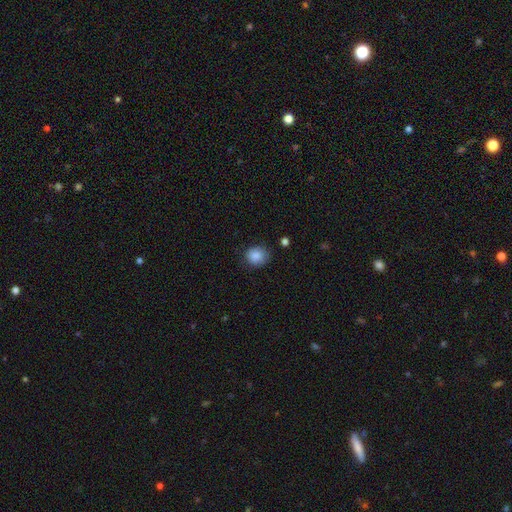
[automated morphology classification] Smooth or featured? Predicted: smooth (p=0.86). How rounded? Predicted: round (p=0.76). Merging? Predicted: none (p=0.79).